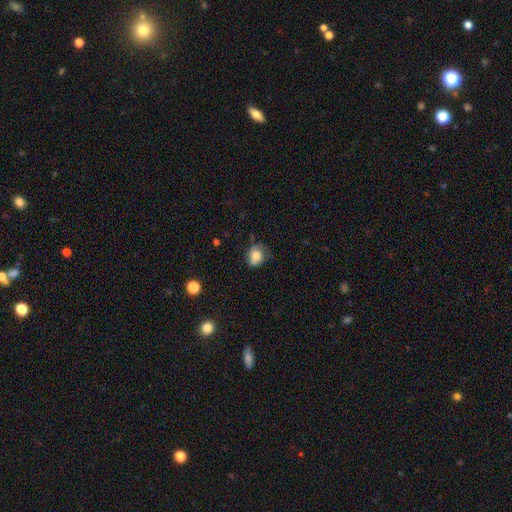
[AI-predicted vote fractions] Smooth or featured? smooth (68%)
How rounded? round (59%)
Merging? none (51%)